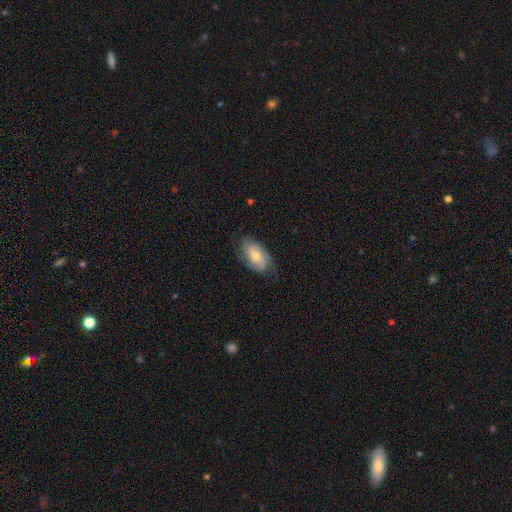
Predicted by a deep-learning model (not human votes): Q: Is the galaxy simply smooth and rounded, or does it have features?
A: featured or disk — 55%.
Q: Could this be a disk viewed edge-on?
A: no — 94%.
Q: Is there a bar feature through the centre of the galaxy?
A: no — 65%.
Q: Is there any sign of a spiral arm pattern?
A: yes — 88%.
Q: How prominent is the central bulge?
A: moderate — 50%.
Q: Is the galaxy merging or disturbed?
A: none — 72%.